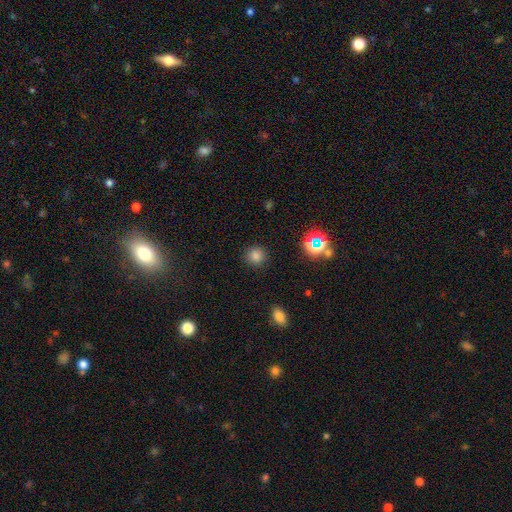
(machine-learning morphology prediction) smooth-or-featured: smooth: 78% | star or artifact: 17% | featured or disk: 5%
  how-rounded: round: 92% | in between: 7% | cigar-shaped: 1%
  merging: none: 90% | minor disturbance: 6% | major disturbance: 3% | merger: 1%